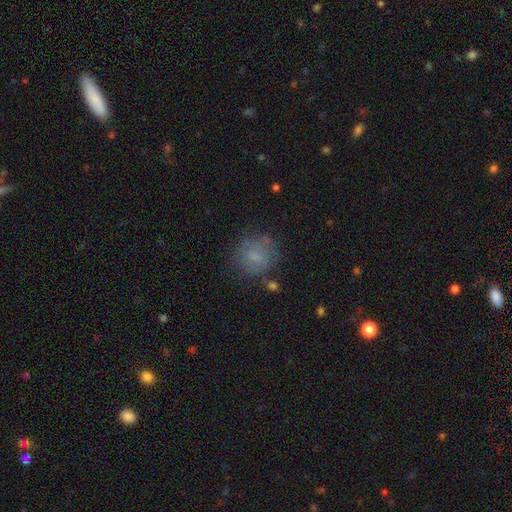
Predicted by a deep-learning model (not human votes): Smooth or featured?
  - smooth: 68% *
  - featured or disk: 20%
  - star or artifact: 12%
How rounded?
  - round: 79% *
  - in between: 20%
  - cigar-shaped: 1%
Merging?
  - none: 69% *
  - minor disturbance: 18%
  - major disturbance: 9%
  - merger: 4%